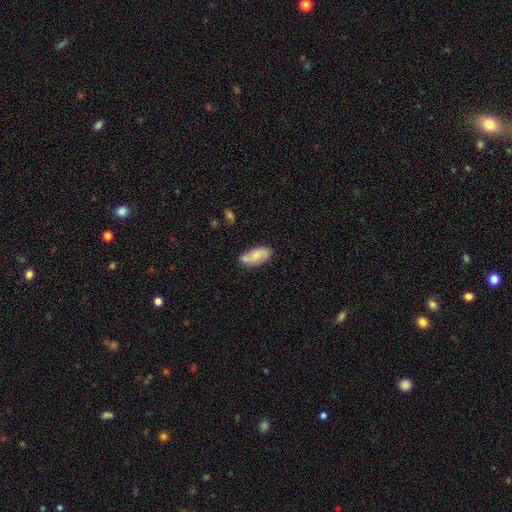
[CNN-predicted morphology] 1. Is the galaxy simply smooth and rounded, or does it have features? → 64% smooth, 29% featured or disk, 7% star or artifact.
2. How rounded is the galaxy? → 86% in between, 12% cigar-shaped, 3% round.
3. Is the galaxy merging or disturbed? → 62% none, 22% minor disturbance, 11% merger, 5% major disturbance.